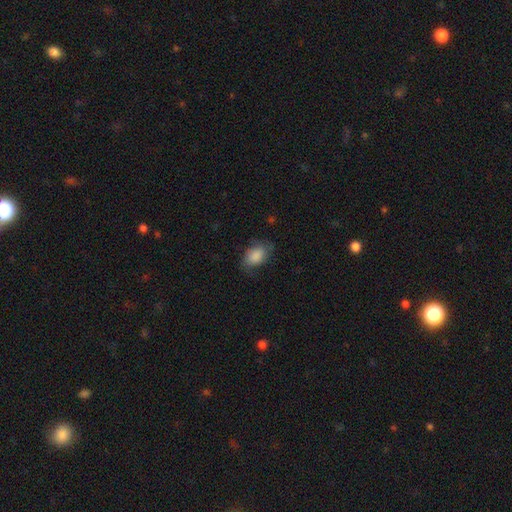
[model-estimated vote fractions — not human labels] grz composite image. It shows a smooth galaxy with no disk features (83%) that is in between round and cigar-shaped (87%). Merging: none (65%).